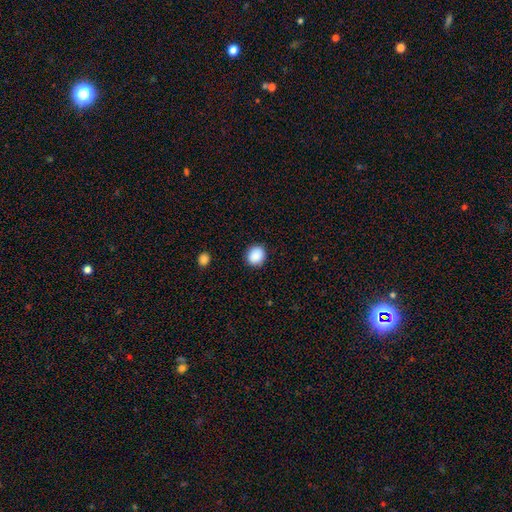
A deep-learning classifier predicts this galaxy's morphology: Smooth or featured? Predicted: smooth (p=0.89). How rounded? Predicted: round (p=0.77). Merging? Predicted: none (p=0.89).